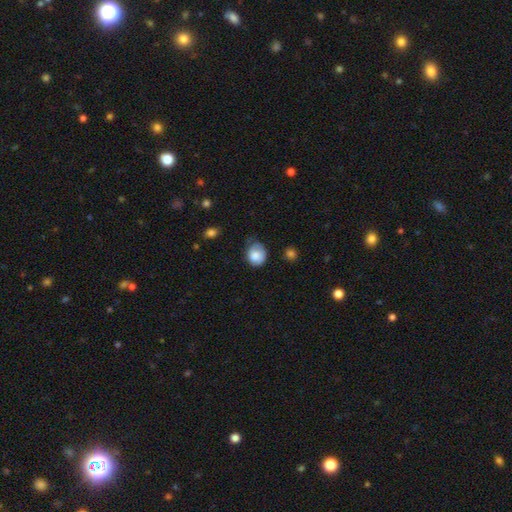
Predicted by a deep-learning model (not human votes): A smooth galaxy with no disk features (75%) that is round (57%). Merging: none (46%).